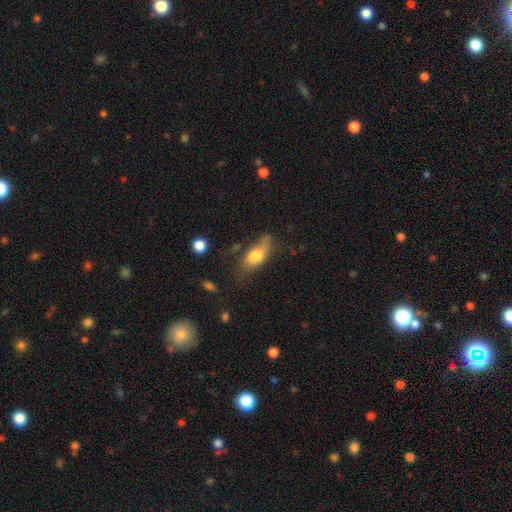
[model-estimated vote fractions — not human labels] A smooth galaxy with no disk features (68%) that is in between round and cigar-shaped (80%).

Vote fractions:
- Smooth or featured? smooth: 68% / featured or disk: 23% / star or artifact: 9%
- How rounded? in between: 80% / cigar-shaped: 15% / round: 5%
- Merging? none: 37% / minor disturbance: 32% / major disturbance: 25% / merger: 6%